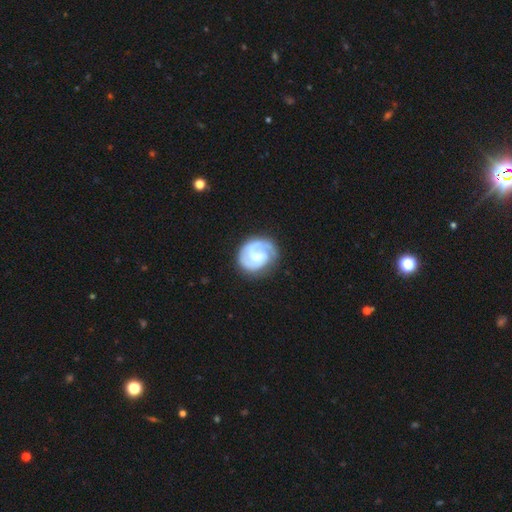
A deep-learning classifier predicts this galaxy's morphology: A featured or disk galaxy (79%) with no bar (46%), 2 (55%) tight (50%) spiral arms (95%) and a small central bulge (40%). Merging: none (71%).